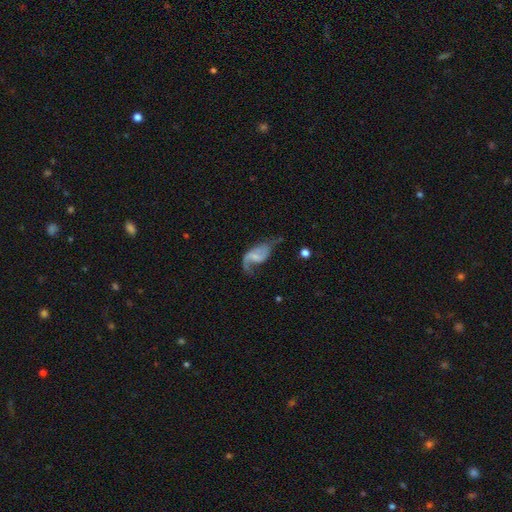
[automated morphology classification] Smooth or featured: featured or disk — 73% (smooth — 20%)
Edge-on disk: no — 96% (yes — 4%)
Bar: weak — 46% (no — 34%)
Spiral arms: yes — 87% (no — 13%)
Spiral winding: loose — 69% (medium — 24%)
Spiral arm count: 2 — 69% (1 — 23%)
Bulge size: small — 45% (none — 35%)
Merging: major disturbance — 36% (none — 35%)